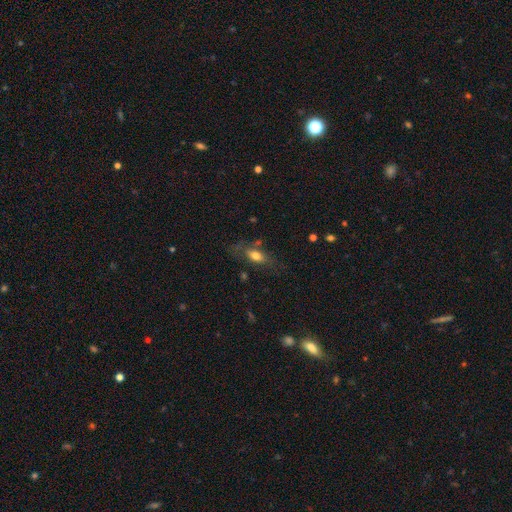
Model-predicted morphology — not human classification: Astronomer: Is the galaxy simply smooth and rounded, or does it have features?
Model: smooth — 68%.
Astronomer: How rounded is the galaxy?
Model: in between — 77%.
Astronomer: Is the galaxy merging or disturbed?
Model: none — 62%.